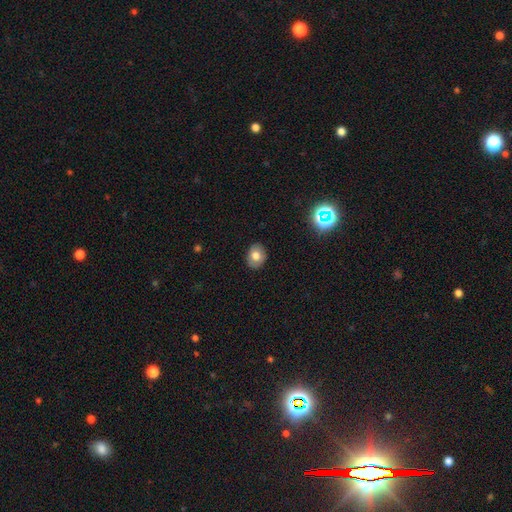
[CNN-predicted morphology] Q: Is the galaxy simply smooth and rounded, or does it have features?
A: smooth — 76%.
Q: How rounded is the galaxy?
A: in between — 56%.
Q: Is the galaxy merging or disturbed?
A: none — 88%.